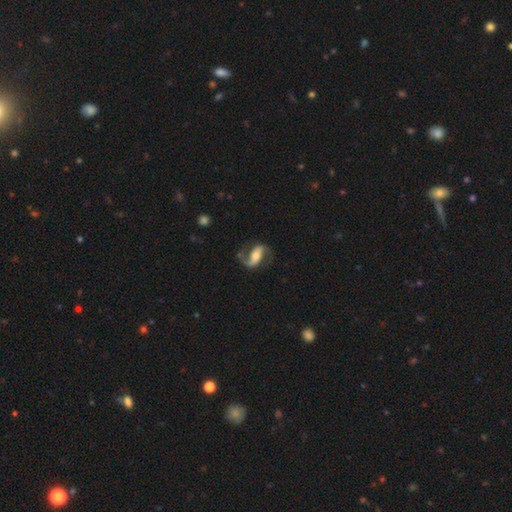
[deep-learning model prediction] This appears to be a featured or disk galaxy (83%) with a strong bar (46%), 2 (90%) loose (50%) spiral arms (95%) and a moderate central bulge (52%). Merging: none (72%).